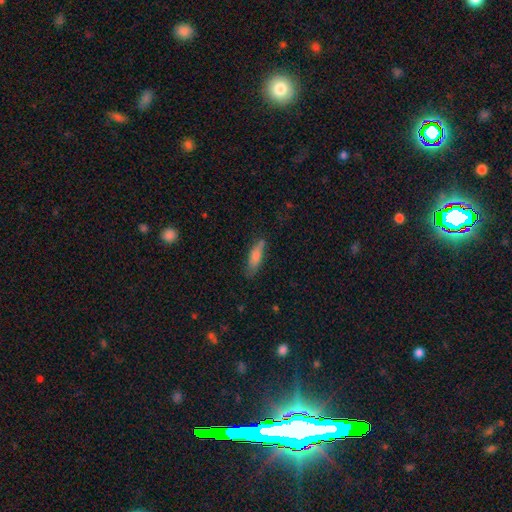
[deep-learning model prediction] Q: Smooth or featured?
A: smooth (69%); runner-up: featured or disk (22%)
Q: How rounded?
A: cigar-shaped (58%); runner-up: in between (40%)
Q: Merging?
A: none (67%); runner-up: minor disturbance (23%)